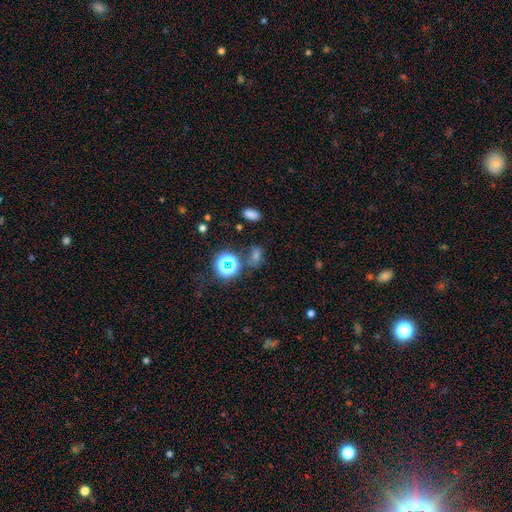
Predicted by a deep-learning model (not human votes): A star or artifact, not a galaxy (48%).

Vote fractions:
- Smooth or featured? star or artifact: 48% / smooth: 42% / featured or disk: 11%